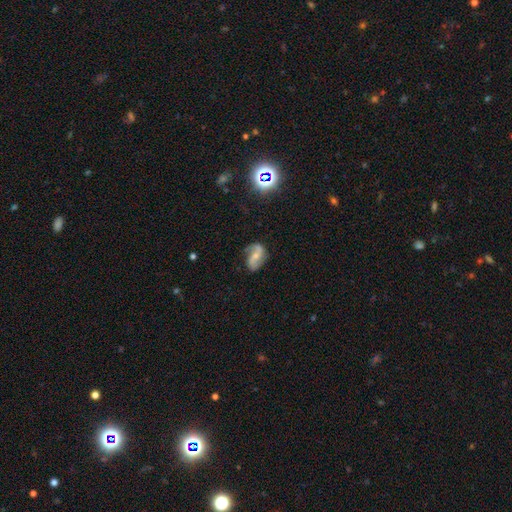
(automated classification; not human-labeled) A featured or disk galaxy (74%) with no bar (40%), 2 (84%) loose (48%) spiral arms (92%) and a small central bulge (52%). Merging: none (65%).